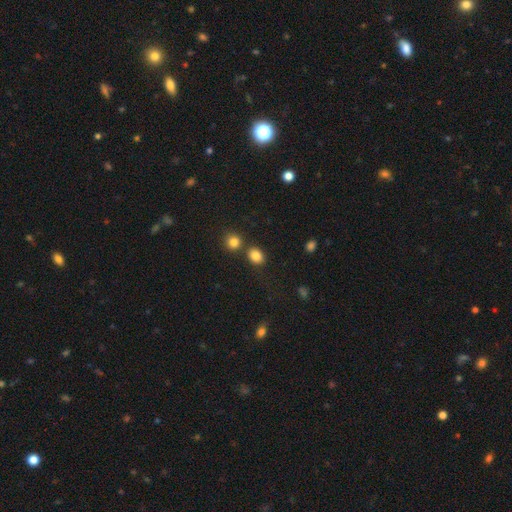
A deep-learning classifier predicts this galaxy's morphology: smooth 84%, star or artifact 11%, featured or disk 5%. Down the decision tree: how rounded — in between (55%); merging — none (69%).